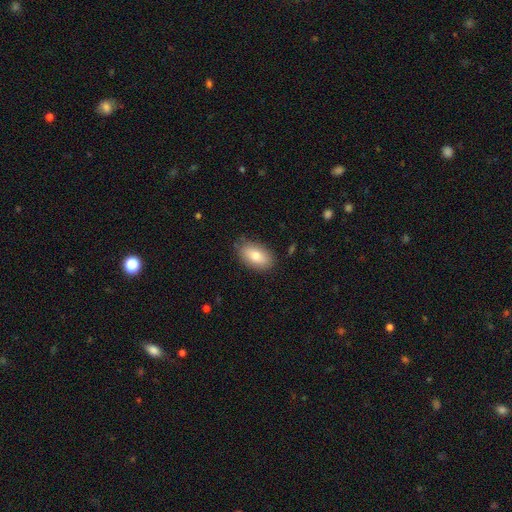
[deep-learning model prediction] Overall: smooth (79%). How rounded: in between (93%). Merging: none (82%).